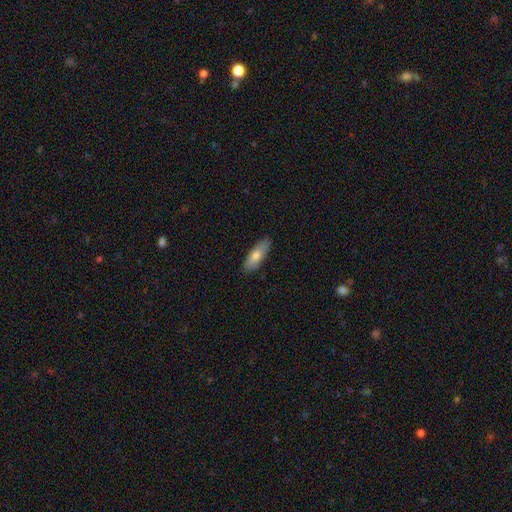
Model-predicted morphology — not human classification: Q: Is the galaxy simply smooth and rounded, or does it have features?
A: smooth — 73%.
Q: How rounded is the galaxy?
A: in between — 53%.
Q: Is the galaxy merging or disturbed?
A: none — 85%.